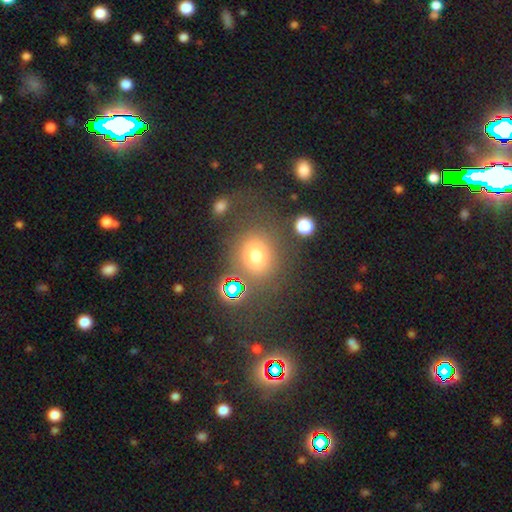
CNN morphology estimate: A smooth galaxy with no disk features (70%) that is round (75%).

Vote fractions:
- Smooth or featured? smooth: 70% / star or artifact: 19% / featured or disk: 11%
- How rounded? round: 75% / in between: 24% / cigar-shaped: 1%
- Merging? none: 69% / minor disturbance: 14% / major disturbance: 10% / merger: 8%